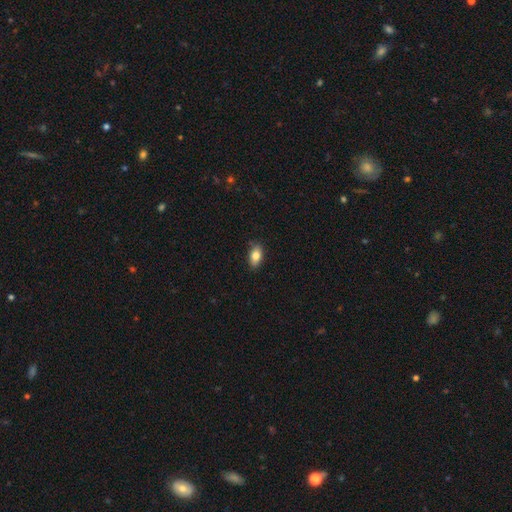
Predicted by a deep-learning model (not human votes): Smooth or featured?
  - smooth: 81% *
  - featured or disk: 12%
  - star or artifact: 7%
How rounded?
  - in between: 90% *
  - round: 5%
  - cigar-shaped: 5%
Merging?
  - none: 86% *
  - minor disturbance: 11%
  - major disturbance: 2%
  - merger: 1%